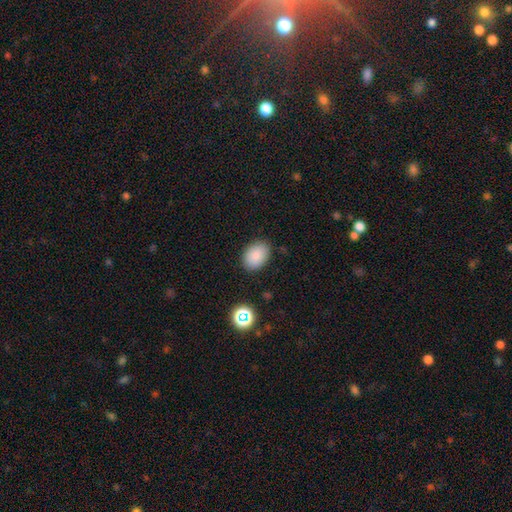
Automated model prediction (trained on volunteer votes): A smooth galaxy with no disk features (87%) that is in between round and cigar-shaped (77%).

Vote fractions:
- Smooth or featured? smooth: 87% / star or artifact: 9% / featured or disk: 4%
- How rounded? in between: 77% / round: 22% / cigar-shaped: 1%
- Merging? none: 85% / minor disturbance: 11% / major disturbance: 3% / merger: 1%